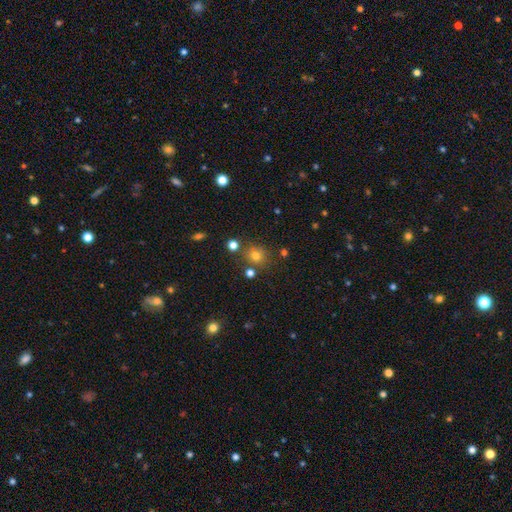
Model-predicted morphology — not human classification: Smooth or featured: smooth — 74% (star or artifact — 18%)
How rounded: round — 83% (in between — 16%)
Merging: none — 76% (minor disturbance — 11%)